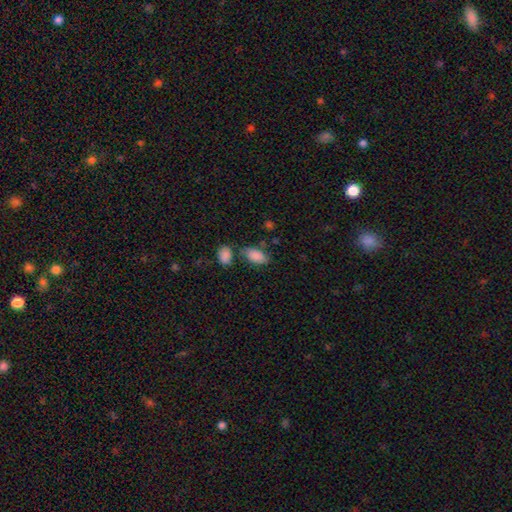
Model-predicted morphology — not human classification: Overall: smooth (87%). How rounded: in between (94%). Merging: none (59%).